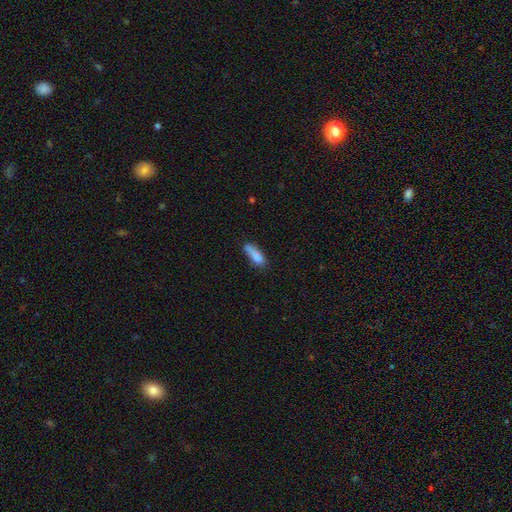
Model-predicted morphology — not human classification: Q: Smooth or featured?
A: smooth (81%); runner-up: featured or disk (11%)
Q: How rounded?
A: cigar-shaped (51%); runner-up: in between (47%)
Q: Merging?
A: none (51%); runner-up: minor disturbance (30%)